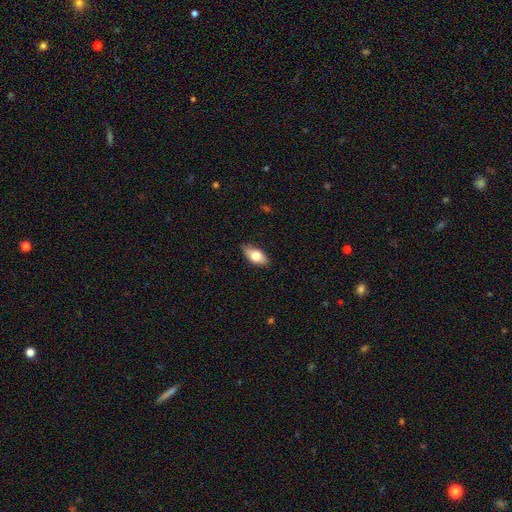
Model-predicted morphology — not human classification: smooth 73%, featured or disk 20%, star or artifact 7%. Down the decision tree: how rounded — in between (89%); merging — none (84%).